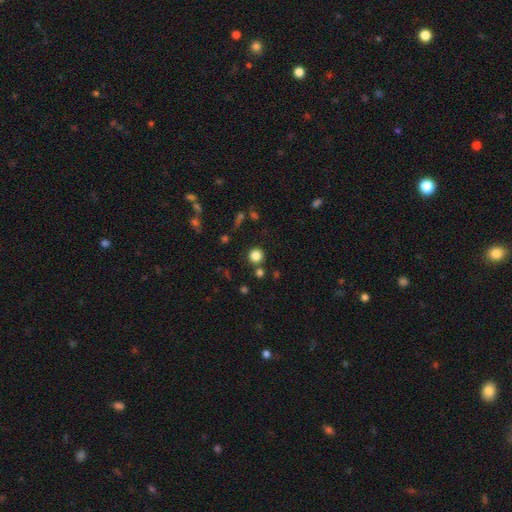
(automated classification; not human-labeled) Smooth or featured?
  - smooth: 83% *
  - star or artifact: 12%
  - featured or disk: 5%
How rounded?
  - round: 94% *
  - in between: 5%
  - cigar-shaped: 1%
Merging?
  - none: 83% *
  - merger: 8%
  - minor disturbance: 6%
  - major disturbance: 3%